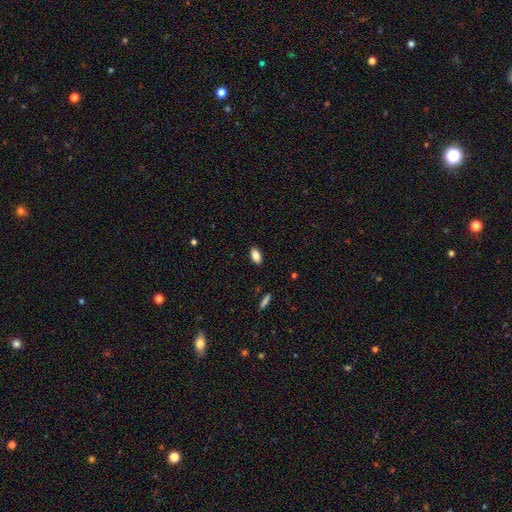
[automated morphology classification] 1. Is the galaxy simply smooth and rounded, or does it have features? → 83% smooth, 9% featured or disk, 8% star or artifact.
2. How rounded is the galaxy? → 90% in between, 6% cigar-shaped, 4% round.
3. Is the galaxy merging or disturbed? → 89% none, 8% minor disturbance, 2% major disturbance, 1% merger.